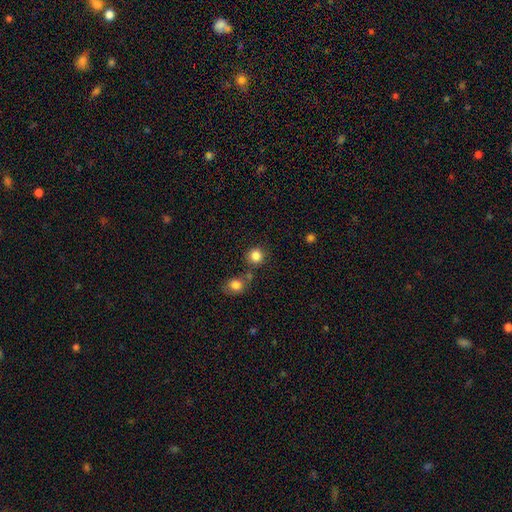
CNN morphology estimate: Smooth or featured: smooth — 84% (star or artifact — 11%)
How rounded: round — 90% (in between — 9%)
Merging: none — 75% (merger — 13%)